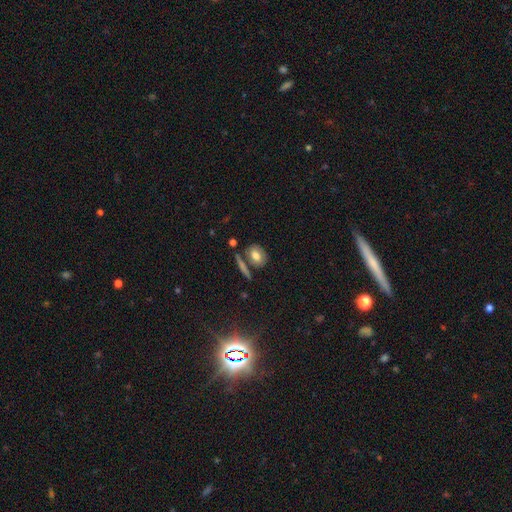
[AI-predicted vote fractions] smooth_or_featured: smooth (p=0.72) [alt: featured or disk p=0.19]
how_rounded: in between (p=0.70) [alt: round p=0.26]
merging: none (p=0.68) [alt: merger p=0.14]